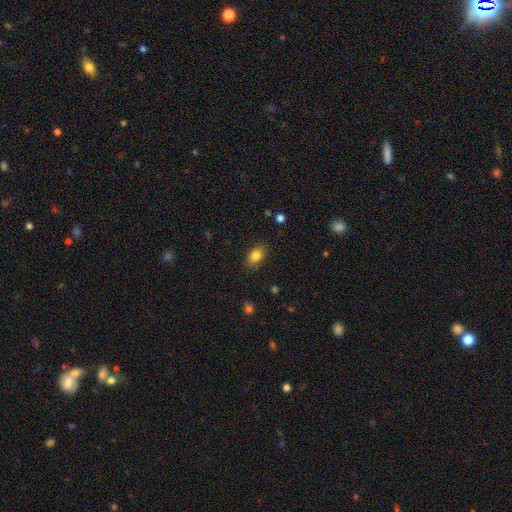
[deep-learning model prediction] Smooth or featured? smooth (83%)
How rounded? in between (77%)
Merging? none (84%)